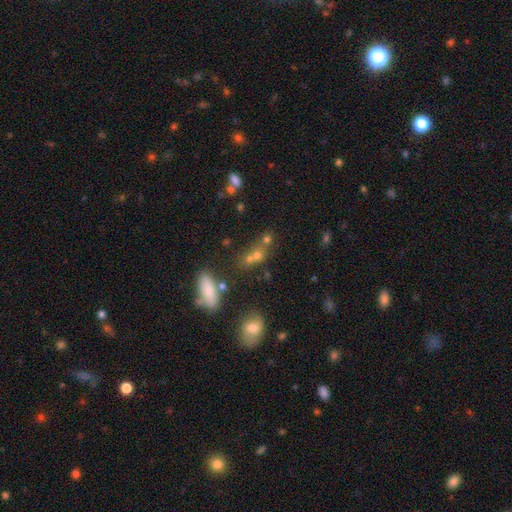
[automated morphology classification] smooth_or_featured: smooth (p=0.59) [alt: star or artifact p=0.24]
how_rounded: round (p=0.56) [alt: in between p=0.35]
merging: merger (p=0.43) [alt: none p=0.42]